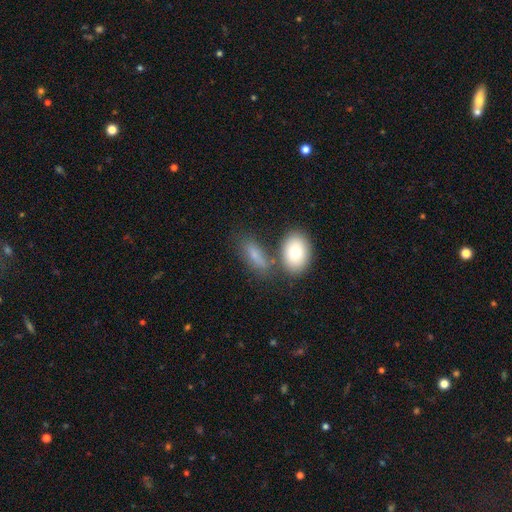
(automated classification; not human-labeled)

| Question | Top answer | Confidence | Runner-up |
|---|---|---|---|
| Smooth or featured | smooth | 73% | featured or disk (18%) |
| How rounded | in between | 78% | cigar-shaped (15%) |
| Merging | none | 54% | merger (26%) |